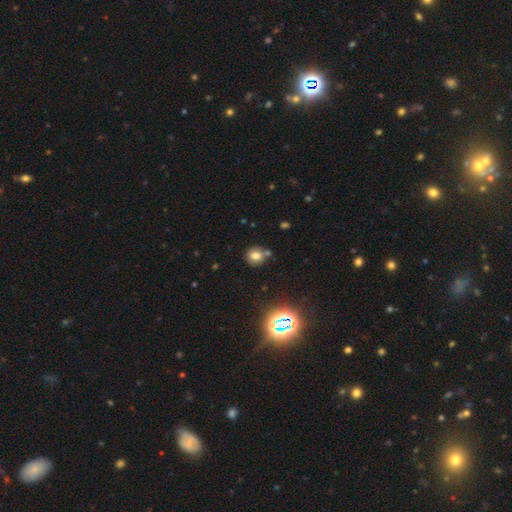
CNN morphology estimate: This appears to be a smooth galaxy with no disk features (71%) that is round (83%). Merging: none (69%).